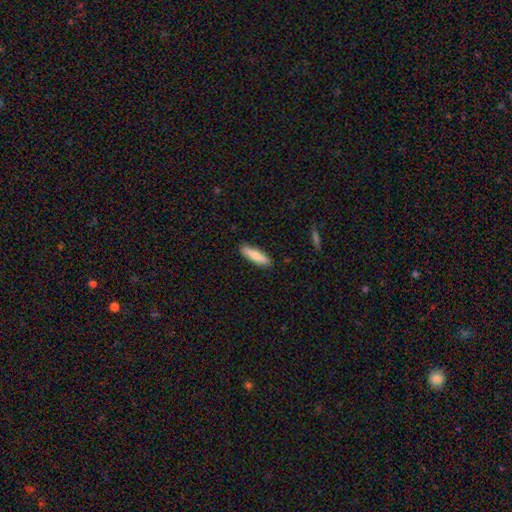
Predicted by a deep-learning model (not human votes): smooth 77%, featured or disk 18%, star or artifact 6%. Down the decision tree: how rounded — cigar-shaped (72%); merging — none (89%).